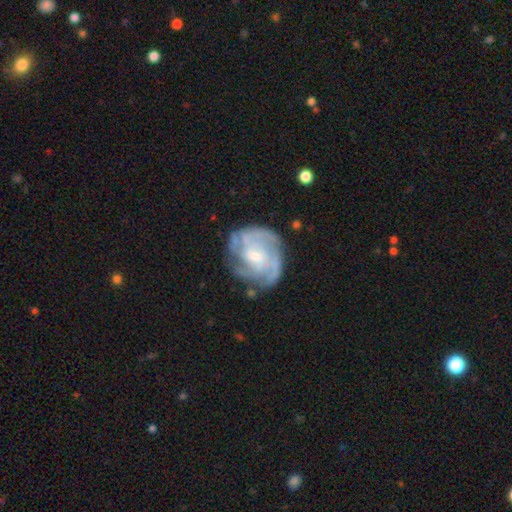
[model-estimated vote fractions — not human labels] featured or disk 80%, smooth 14%, star or artifact 7%. Down the decision tree: edge-on disk — no (97%); bar — no (52%); spiral arms — yes (89%); spiral arm count — can't tell (36%); spiral winding — tight (55%); bulge size — small (50%); merging — none (67%).